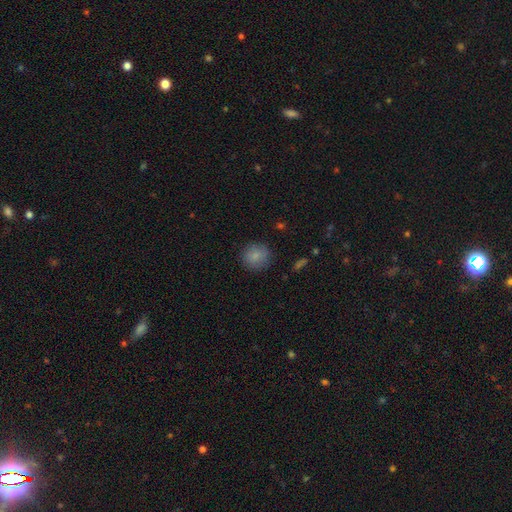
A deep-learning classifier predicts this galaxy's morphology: The model was most divided on "merging": none: 85%, minor disturbance: 11%, major disturbance: 3%, merger: 1%. More confident: how rounded — round (90%); smooth or featured — smooth (84%).